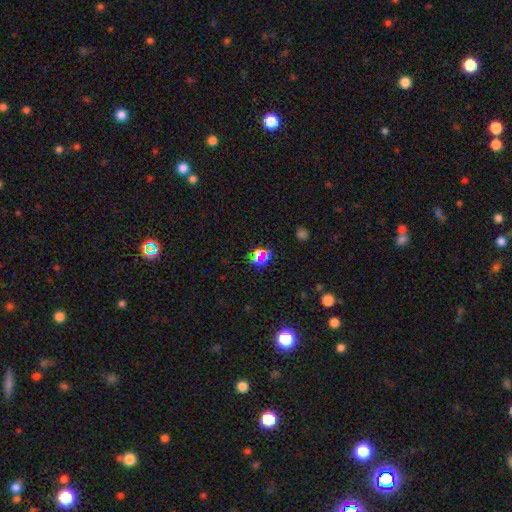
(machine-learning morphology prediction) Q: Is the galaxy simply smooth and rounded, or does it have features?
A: star or artifact — 62%.